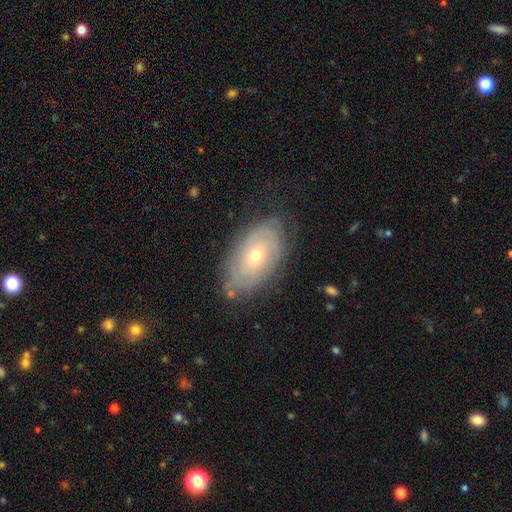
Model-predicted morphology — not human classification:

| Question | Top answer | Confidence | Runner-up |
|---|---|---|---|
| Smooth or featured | featured or disk | 63% | smooth (29%) |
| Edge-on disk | no | 91% | yes (9%) |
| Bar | no | 83% | weak (14%) |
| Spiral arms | yes | 70% | no (30%) |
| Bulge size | small | 52% | moderate (45%) |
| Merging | none | 74% | minor disturbance (19%) |